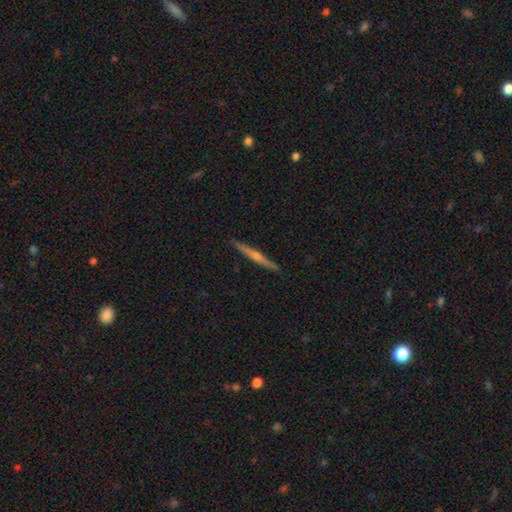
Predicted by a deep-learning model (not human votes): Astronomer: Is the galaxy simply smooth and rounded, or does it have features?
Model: featured or disk — 71%.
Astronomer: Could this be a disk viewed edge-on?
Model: yes — 97%.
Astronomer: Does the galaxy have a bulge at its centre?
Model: rounded — 76%.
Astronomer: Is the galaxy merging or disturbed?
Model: none — 91%.